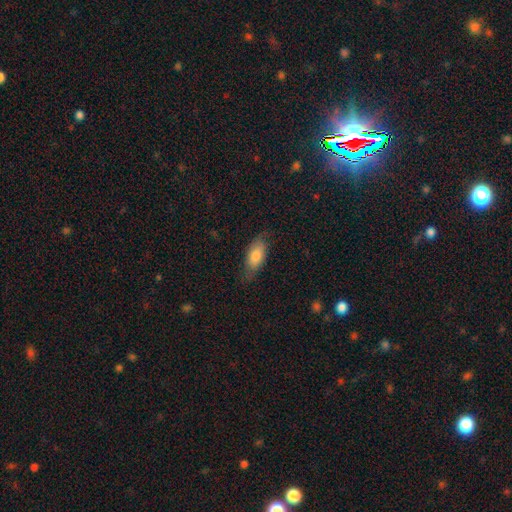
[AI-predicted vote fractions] Overall: smooth (78%). How rounded: in between (84%). Merging: none (71%).